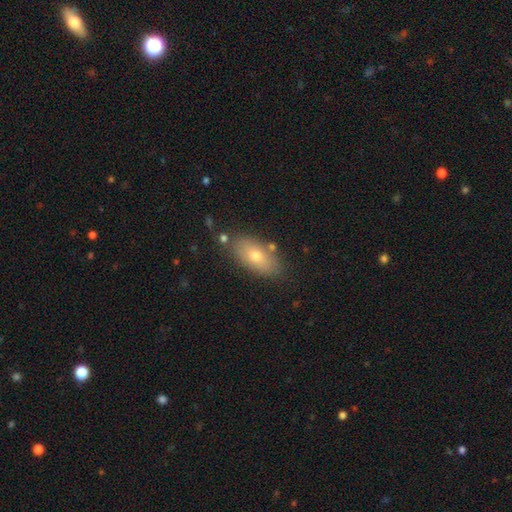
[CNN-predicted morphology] The model was most divided on "smooth or featured": smooth: 69%, featured or disk: 23%, star or artifact: 8%. More confident: how rounded — in between (87%); merging — none (80%).